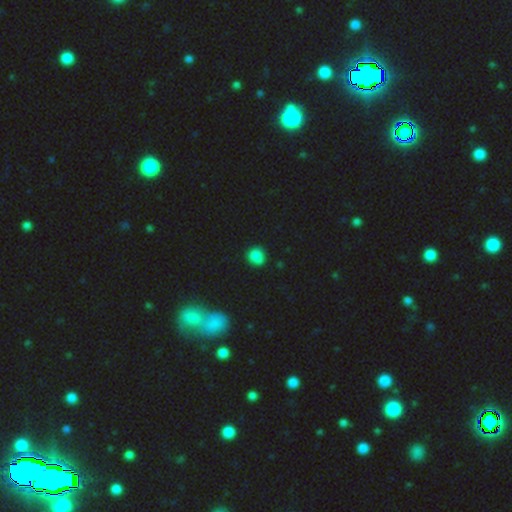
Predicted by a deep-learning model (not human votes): Smooth or featured? smooth (80%)
How rounded? round (82%)
Merging? none (79%)